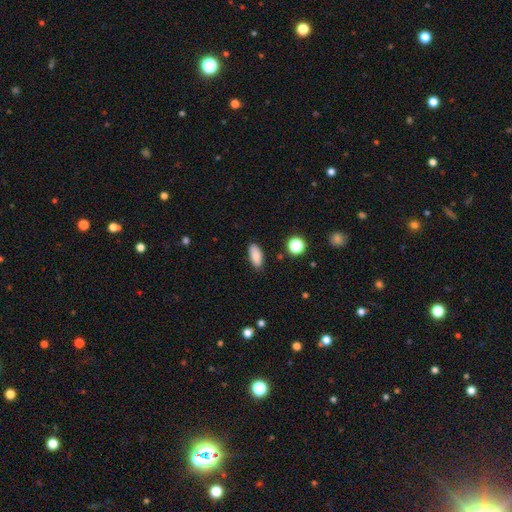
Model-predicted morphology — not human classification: This appears to be a smooth galaxy with no disk features (86%) that is in between round and cigar-shaped (86%). Merging: none (86%).